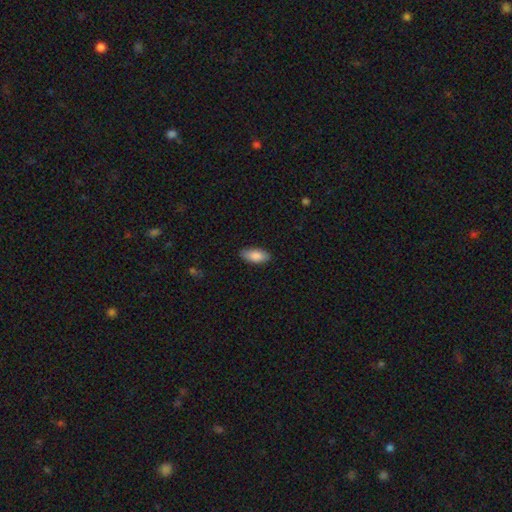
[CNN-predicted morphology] Q: Smooth or featured?
A: smooth (86%); runner-up: featured or disk (8%)
Q: How rounded?
A: in between (89%); runner-up: cigar-shaped (9%)
Q: Merging?
A: none (86%); runner-up: minor disturbance (11%)